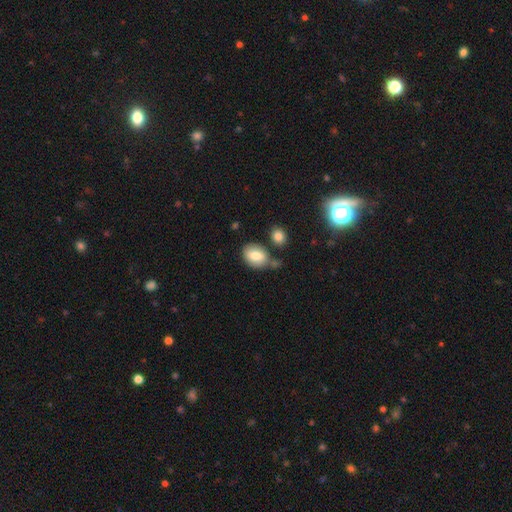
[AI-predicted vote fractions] Smooth or featured? Predicted: smooth (p=0.78). How rounded? Predicted: in between (p=0.73). Merging? Predicted: none (p=0.59).